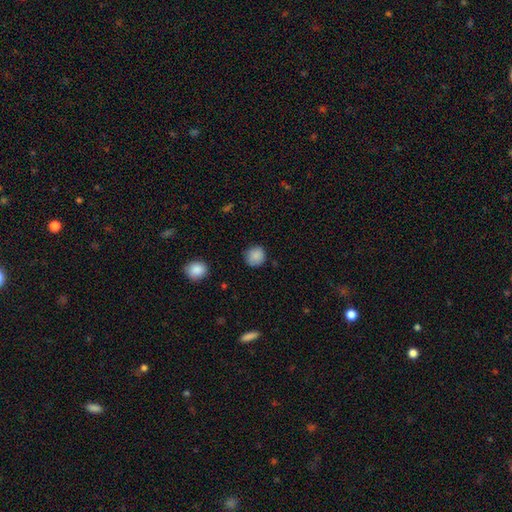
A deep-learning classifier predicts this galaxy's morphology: The model was most divided on "merging": none: 83%, minor disturbance: 13%, major disturbance: 3%, merger: 1%. More confident: how rounded — round (89%); smooth or featured — smooth (87%).